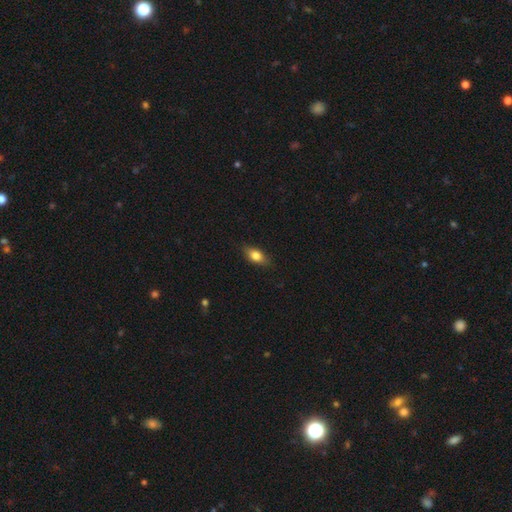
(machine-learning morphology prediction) Overall: smooth (77%). How rounded: in between (83%). Merging: none (84%).